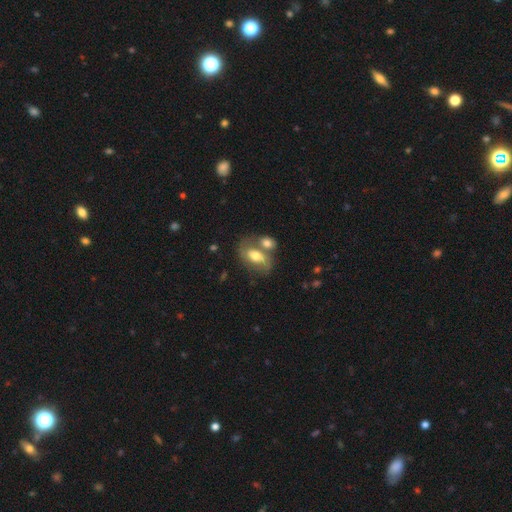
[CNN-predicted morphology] This appears to be a smooth galaxy with no disk features (52%) that is in between round and cigar-shaped (85%). Merging: merger (42%).